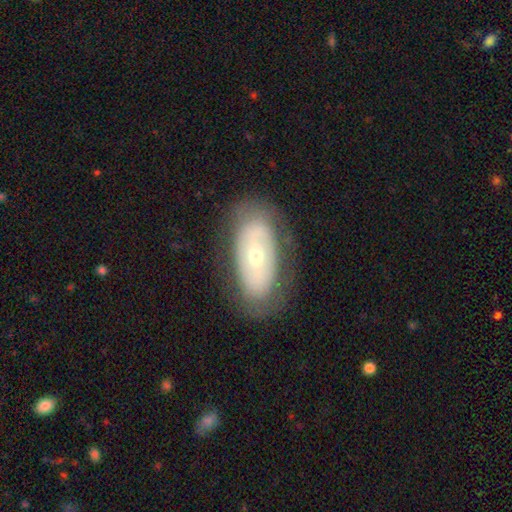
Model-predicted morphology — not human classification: Smooth or featured? Predicted: featured or disk (p=0.54). Edge-on disk? Predicted: no (p=0.89). Merging? Predicted: none (p=0.74).